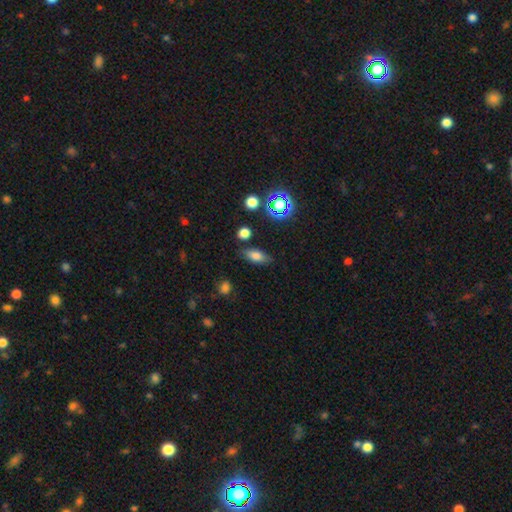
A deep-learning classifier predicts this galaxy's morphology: Smooth or featured: smooth — 73% (featured or disk — 14%)
How rounded: in between — 79% (cigar-shaped — 13%)
Merging: none — 79% (minor disturbance — 14%)